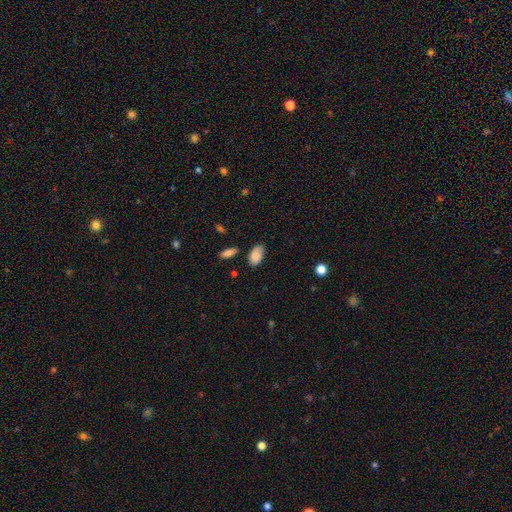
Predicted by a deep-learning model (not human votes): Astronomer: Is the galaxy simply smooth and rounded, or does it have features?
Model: smooth — 86%.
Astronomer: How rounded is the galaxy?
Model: in between — 93%.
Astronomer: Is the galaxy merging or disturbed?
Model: none — 74%.